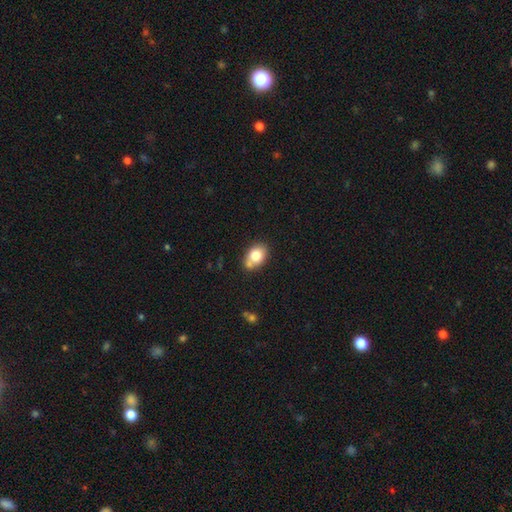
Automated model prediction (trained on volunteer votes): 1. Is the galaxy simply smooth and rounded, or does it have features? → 78% smooth, 13% featured or disk, 9% star or artifact.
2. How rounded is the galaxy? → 72% in between, 27% round, 1% cigar-shaped.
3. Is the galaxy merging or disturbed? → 59% none, 19% merger, 18% minor disturbance, 4% major disturbance.